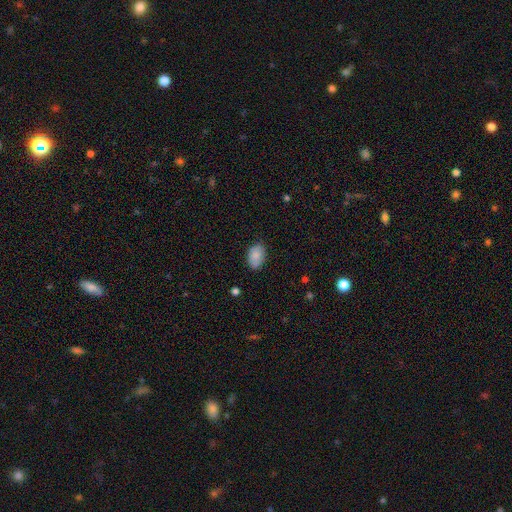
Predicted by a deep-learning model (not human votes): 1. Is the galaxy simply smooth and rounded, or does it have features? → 86% smooth, 7% star or artifact, 7% featured or disk.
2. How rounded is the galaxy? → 88% in between, 11% round, 1% cigar-shaped.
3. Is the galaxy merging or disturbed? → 79% none, 16% minor disturbance, 3% major disturbance, 1% merger.